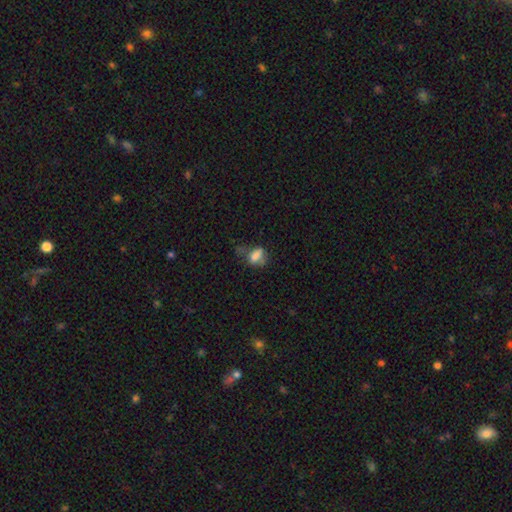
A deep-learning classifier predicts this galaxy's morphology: The model was most divided on "merging": none: 42%, minor disturbance: 30%, major disturbance: 21%, merger: 7%. More confident: how rounded — in between (75%); smooth or featured — smooth (70%).